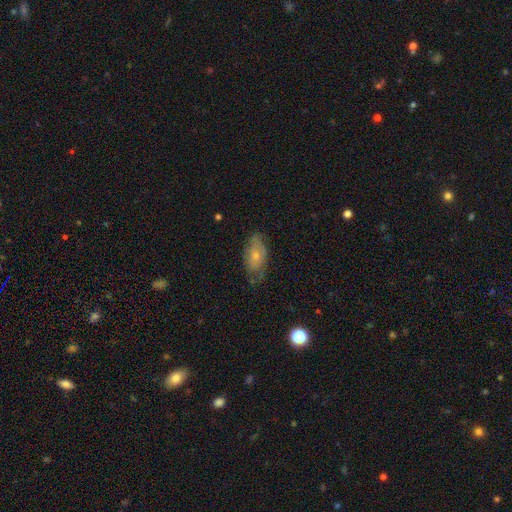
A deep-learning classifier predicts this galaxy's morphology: This is possibly a featured or disk galaxy (49%). Merging: likely none (62%).